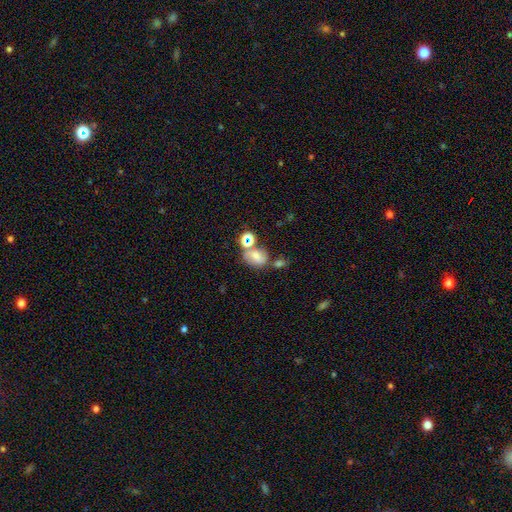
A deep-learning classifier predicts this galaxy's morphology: smooth-or-featured: smooth: 48% | star or artifact: 30% | featured or disk: 22%
  merging: none: 47% | merger: 33% | minor disturbance: 11% | major disturbance: 9%